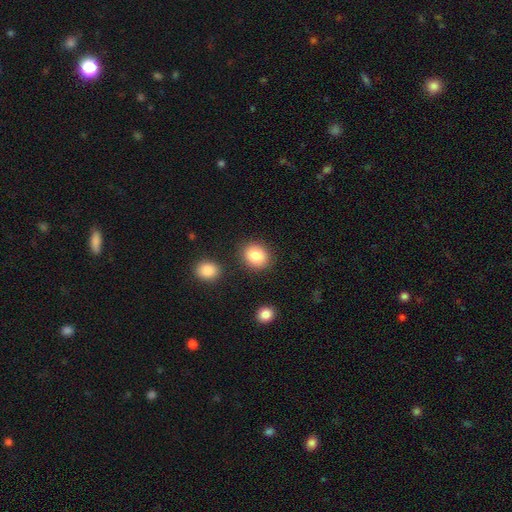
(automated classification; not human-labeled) Smooth or featured? smooth (84%)
How rounded? round (63%)
Merging? none (84%)